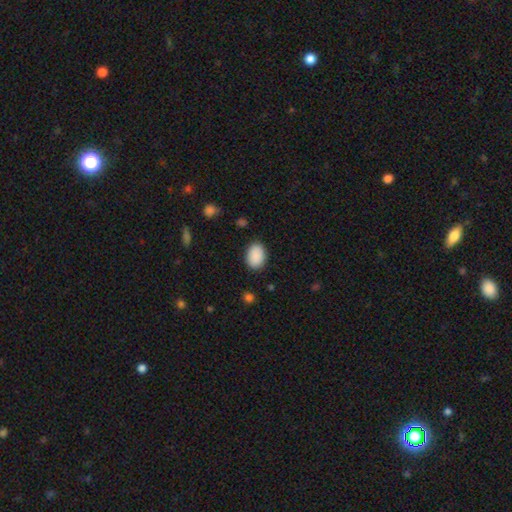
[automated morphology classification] Q: Smooth or featured?
A: smooth (91%); runner-up: star or artifact (7%)
Q: How rounded?
A: in between (82%); runner-up: round (17%)
Q: Merging?
A: none (87%); runner-up: minor disturbance (9%)